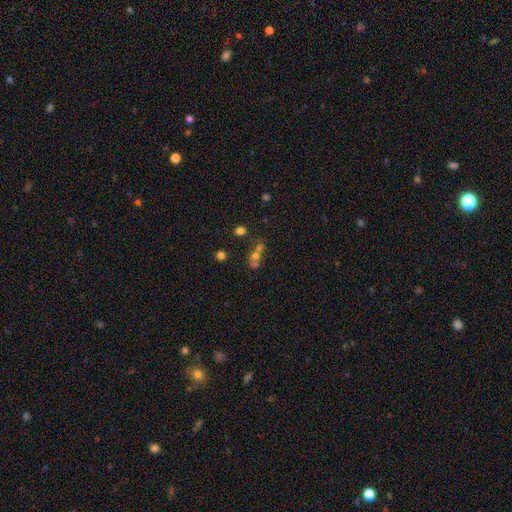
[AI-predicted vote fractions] smooth 52%, star or artifact 24%, featured or disk 24%. Down the decision tree: how rounded — round (62%); merging — merger (54%).